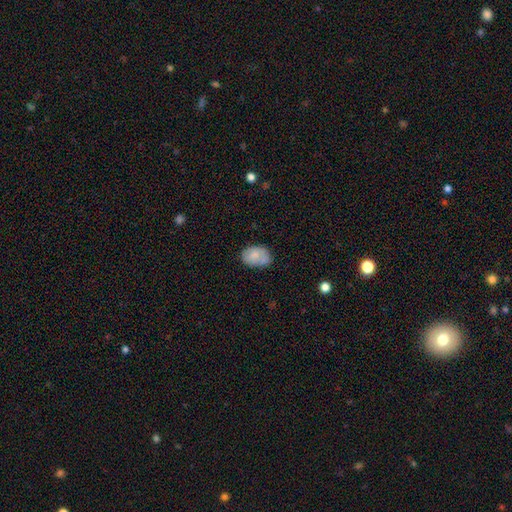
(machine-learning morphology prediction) Smooth or featured? smooth (76%)
How rounded? in between (83%)
Merging? none (60%)